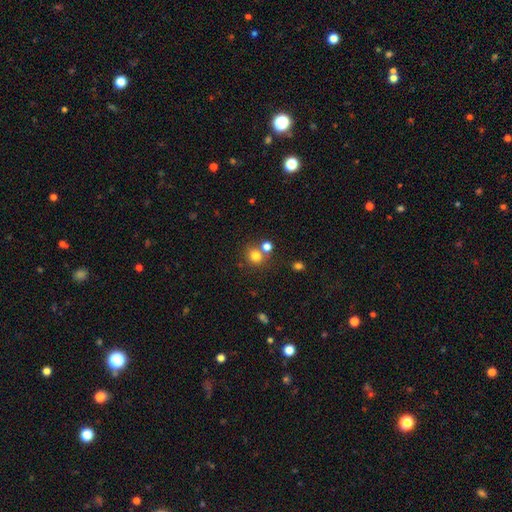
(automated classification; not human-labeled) smooth 77%, star or artifact 15%, featured or disk 8%. Down the decision tree: how rounded — round (86%); merging — none (63%).